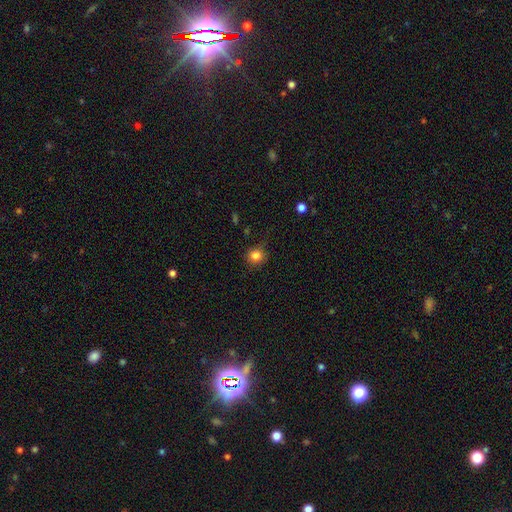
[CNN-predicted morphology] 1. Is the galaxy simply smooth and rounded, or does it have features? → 83% smooth, 12% star or artifact, 5% featured or disk.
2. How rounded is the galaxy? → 87% round, 12% in between, 1% cigar-shaped.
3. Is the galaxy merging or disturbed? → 81% none, 14% minor disturbance, 4% major disturbance, 1% merger.